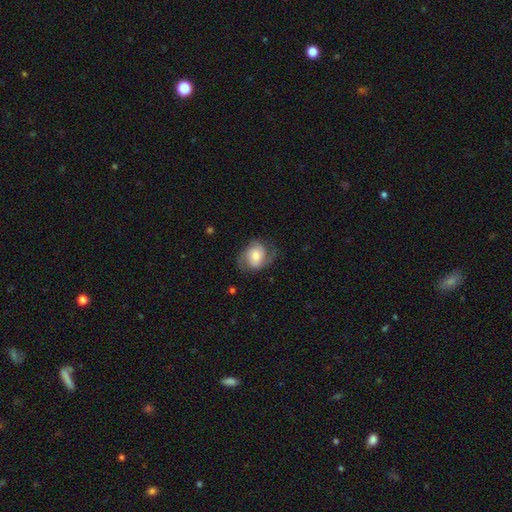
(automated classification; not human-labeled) smooth_or_featured: featured or disk (p=0.63) [alt: smooth p=0.30]
disk_edge_on: no (p=0.97) [alt: yes p=0.03]
bar: no (p=0.52) [alt: weak p=0.36]
has_spiral_arms: yes (p=0.90) [alt: no p=0.10]
spiral_winding: medium (p=0.46) [alt: tight p=0.28]
spiral_arm_count: 2 (p=0.75) [alt: can't tell p=0.10]
bulge_size: moderate (p=0.52) [alt: small p=0.30]
merging: none (p=0.64) [alt: minor disturbance p=0.22]